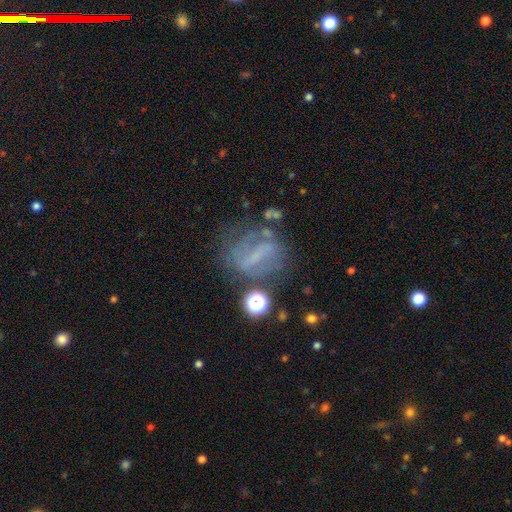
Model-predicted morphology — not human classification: The model was most divided on "spiral arms": yes: 54%, no: 46%. Remaining: edge-on disk — no (92%); smooth or featured — featured or disk (58%); bulge size — none (52%); merging — none (52%); bar — strong (48%).